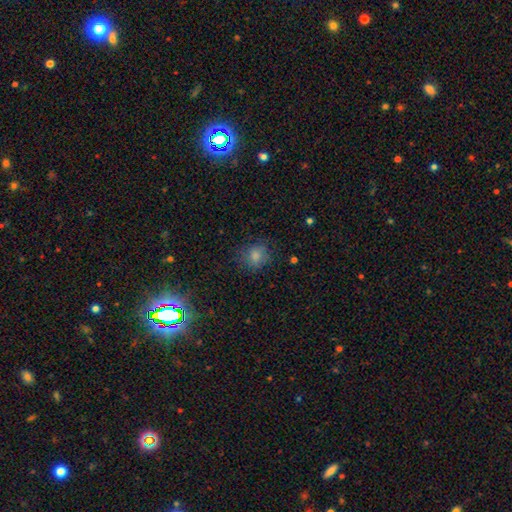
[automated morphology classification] Smooth or featured?
  - smooth: 82% *
  - star or artifact: 12%
  - featured or disk: 7%
How rounded?
  - round: 79% *
  - in between: 20%
  - cigar-shaped: 1%
Merging?
  - none: 77% *
  - minor disturbance: 16%
  - major disturbance: 6%
  - merger: 1%